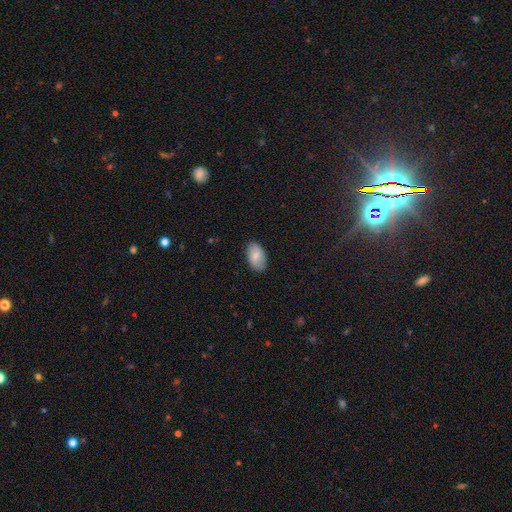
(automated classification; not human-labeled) A smooth galaxy with no disk features (82%) that is in between round and cigar-shaped (94%).

Vote fractions:
- Smooth or featured? smooth: 82% / featured or disk: 12% / star or artifact: 6%
- How rounded? in between: 94% / round: 4% / cigar-shaped: 1%
- Merging? none: 86% / minor disturbance: 11% / major disturbance: 2% / merger: 1%